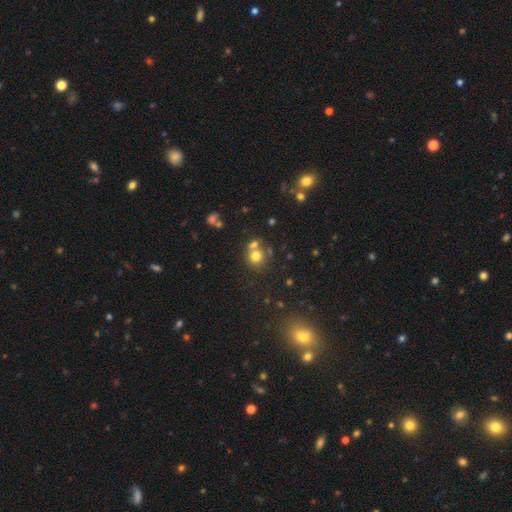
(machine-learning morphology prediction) Smooth or featured?
  - smooth: 73% *
  - star or artifact: 15%
  - featured or disk: 12%
How rounded?
  - round: 85% *
  - in between: 14%
  - cigar-shaped: 1%
Merging?
  - none: 56% *
  - merger: 31%
  - minor disturbance: 9%
  - major disturbance: 4%